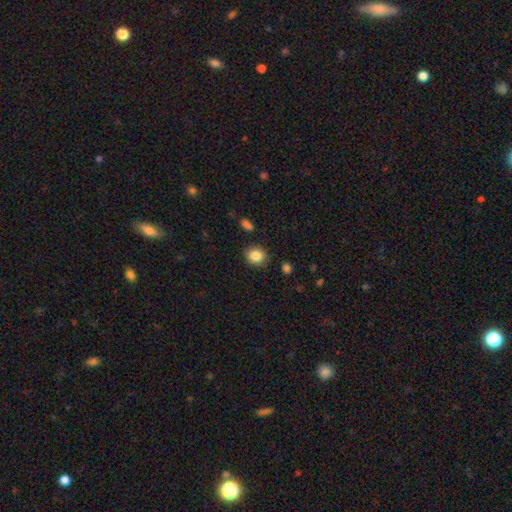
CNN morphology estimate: Smooth or featured? Predicted: smooth (p=0.86). How rounded? Predicted: round (p=0.73). Merging? Predicted: none (p=0.87).